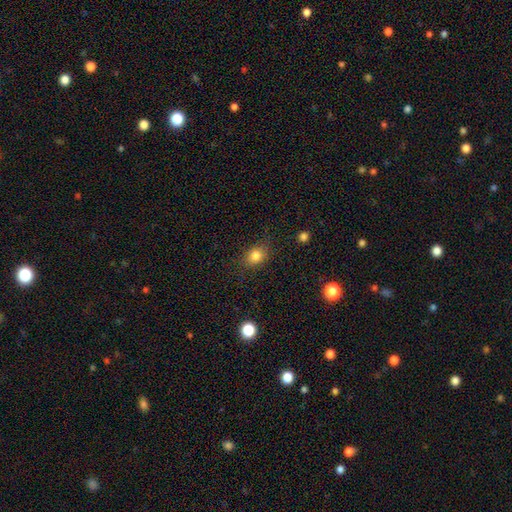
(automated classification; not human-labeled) This appears to be a smooth galaxy with no disk features (82%) that is in between round and cigar-shaped (54%). Merging: none (80%).